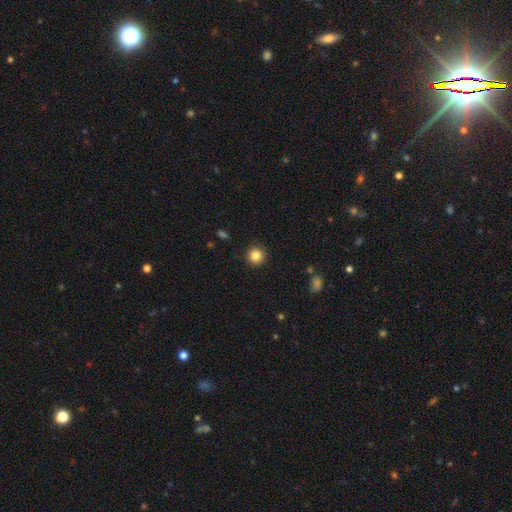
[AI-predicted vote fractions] smooth-or-featured: smooth: 85% | star or artifact: 10% | featured or disk: 5%
  how-rounded: round: 95% | in between: 4% | cigar-shaped: 1%
  merging: none: 92% | minor disturbance: 5% | major disturbance: 2% | merger: 1%